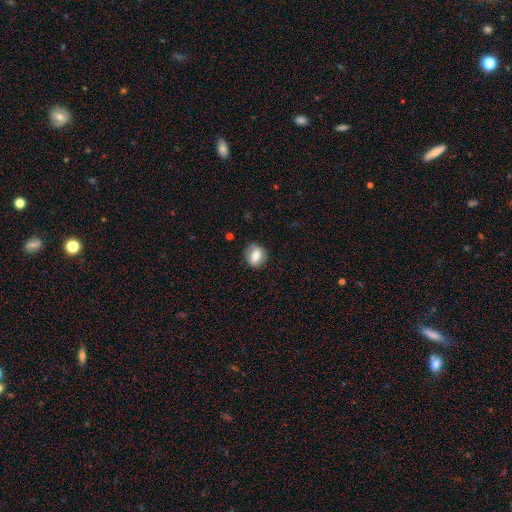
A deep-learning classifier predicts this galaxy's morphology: Overall: smooth (72%). How rounded: round (53%; in between 45%). Merging: none (81%).